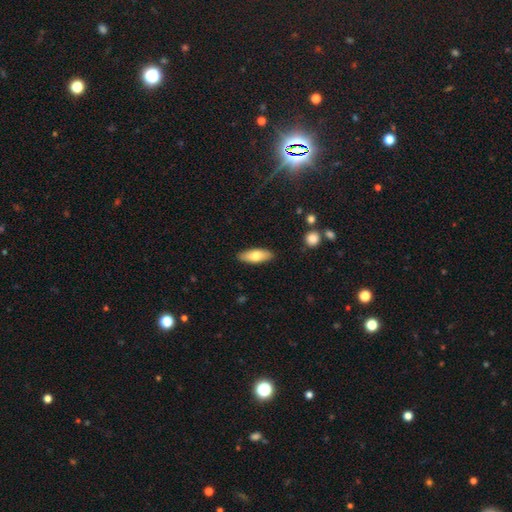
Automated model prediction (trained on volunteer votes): smooth 73%, featured or disk 21%, star or artifact 6%. Down the decision tree: how rounded — in between (70%); merging — none (88%).